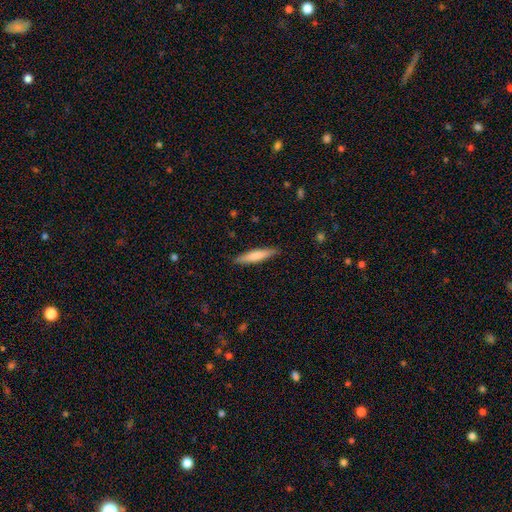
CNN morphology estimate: smooth-or-featured: smooth: 69% | featured or disk: 26% | star or artifact: 6%
  how-rounded: cigar-shaped: 86% | in between: 12% | round: 1%
  merging: none: 88% | minor disturbance: 9% | major disturbance: 2% | merger: 1%